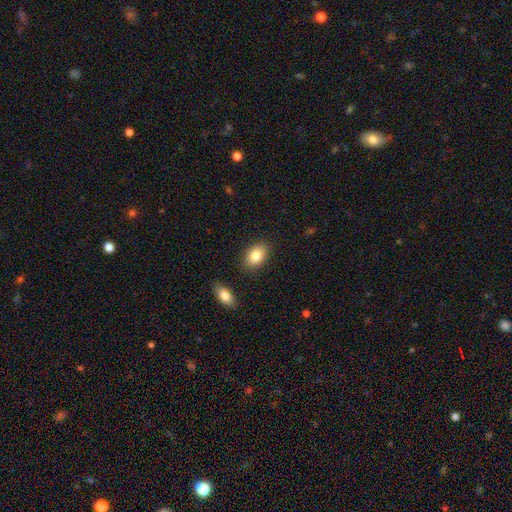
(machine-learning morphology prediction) Smooth or featured? smooth (84%)
How rounded? in between (84%)
Merging? none (86%)